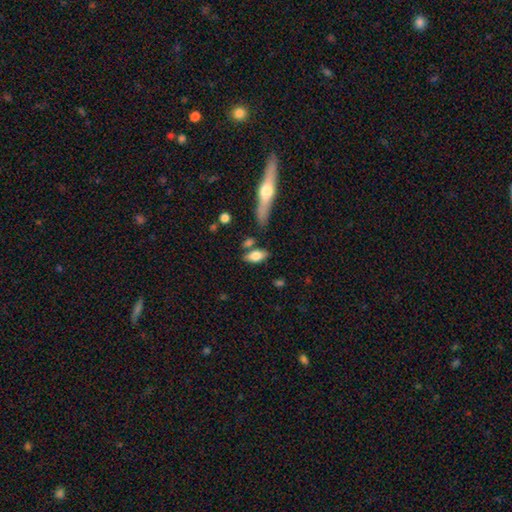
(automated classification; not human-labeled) A smooth galaxy with no disk features (73%) that is in between round and cigar-shaped (83%). Merging: none (68%).